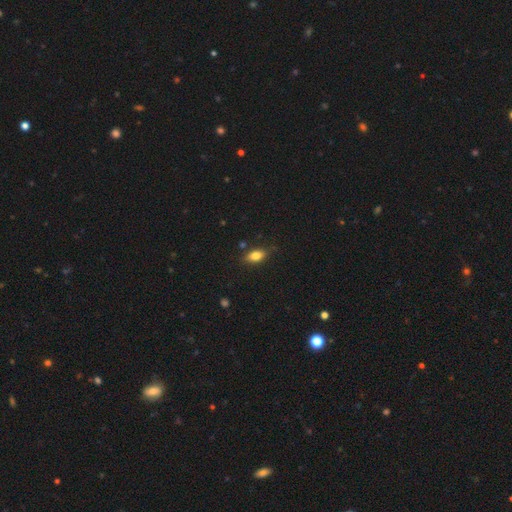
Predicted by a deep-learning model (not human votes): smooth 80%, featured or disk 12%, star or artifact 8%. Down the decision tree: how rounded — in between (86%); merging — none (82%).